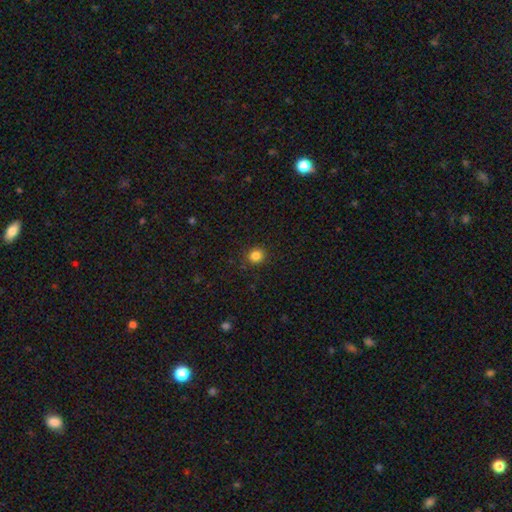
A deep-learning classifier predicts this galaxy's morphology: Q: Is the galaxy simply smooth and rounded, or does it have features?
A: smooth — 84%.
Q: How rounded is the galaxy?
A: round — 89%.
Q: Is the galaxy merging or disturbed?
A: none — 89%.